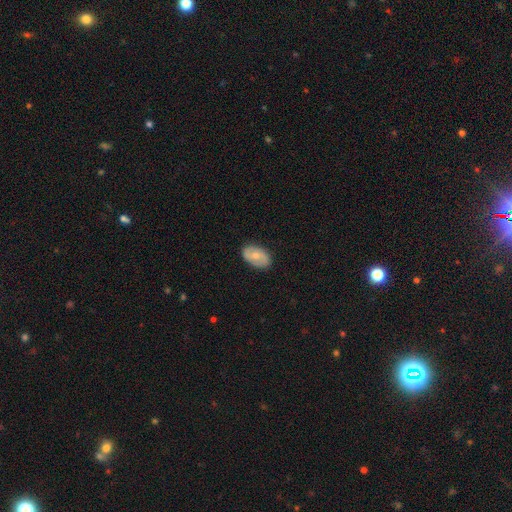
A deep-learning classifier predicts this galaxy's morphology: Smooth or featured? smooth (48%)
Merging? none (83%)